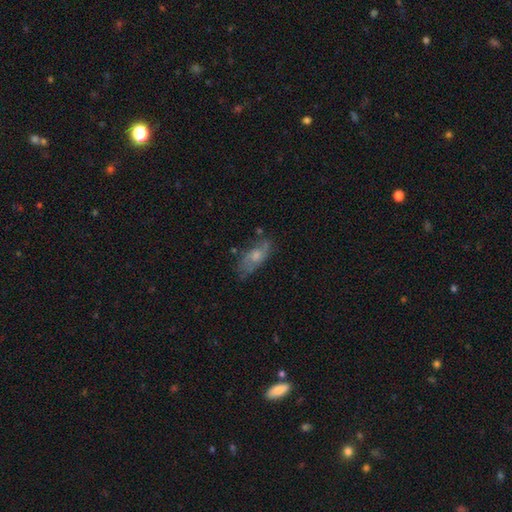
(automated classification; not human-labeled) Smooth or featured? featured or disk (51%)
Edge-on disk? no (85%)
Merging? none (61%)